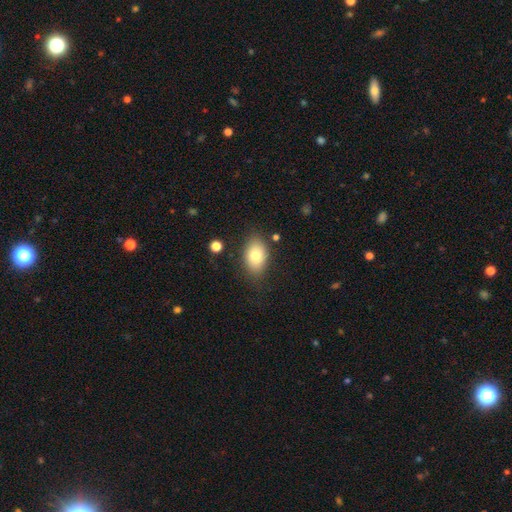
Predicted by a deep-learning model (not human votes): Overall: smooth (78%). How rounded: in between (86%). Merging: none (81%).